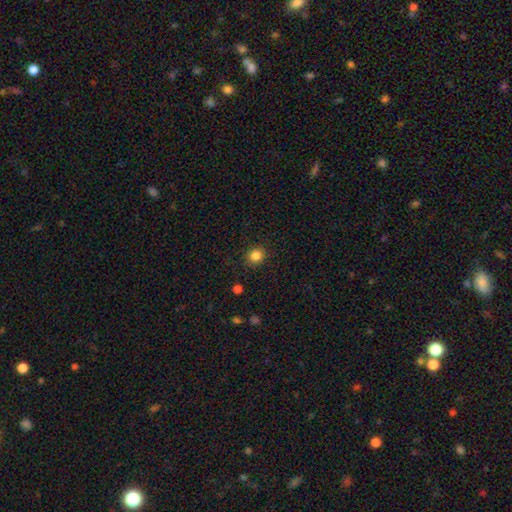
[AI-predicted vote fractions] Smooth or featured? smooth (84%)
How rounded? round (81%)
Merging? none (89%)